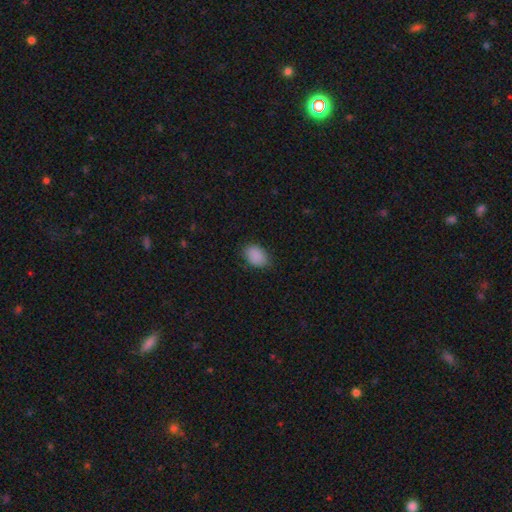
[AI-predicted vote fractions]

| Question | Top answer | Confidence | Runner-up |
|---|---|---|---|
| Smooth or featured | smooth | 89% | star or artifact (8%) |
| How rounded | in between | 82% | round (17%) |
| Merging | none | 80% | minor disturbance (16%) |